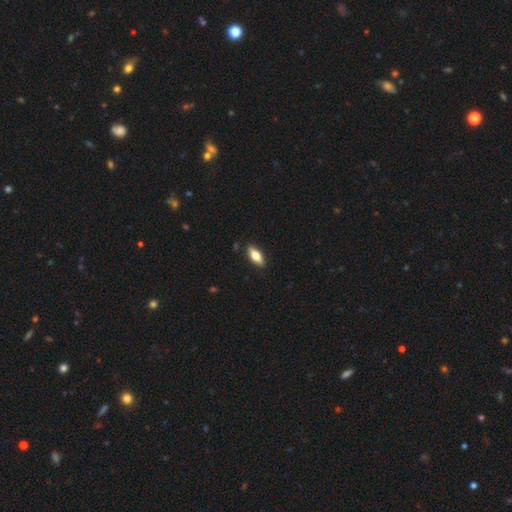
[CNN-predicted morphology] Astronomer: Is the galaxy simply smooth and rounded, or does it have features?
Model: smooth — 68%.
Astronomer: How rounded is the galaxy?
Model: in between — 73%.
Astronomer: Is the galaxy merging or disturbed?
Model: none — 88%.